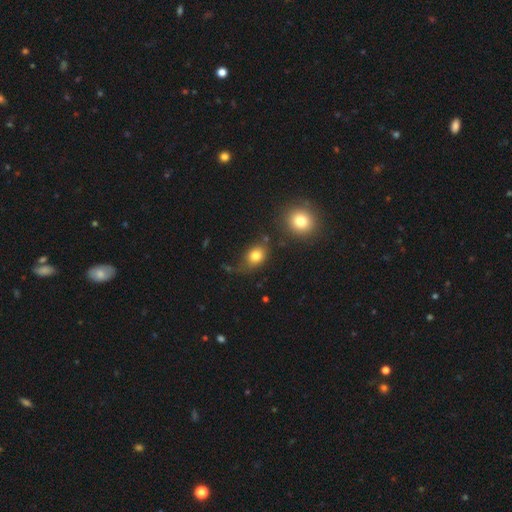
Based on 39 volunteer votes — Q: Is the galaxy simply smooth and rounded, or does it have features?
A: smooth — 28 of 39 (72%).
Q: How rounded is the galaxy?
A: in between — 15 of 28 (54%).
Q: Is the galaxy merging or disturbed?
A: none — 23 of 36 (64%).